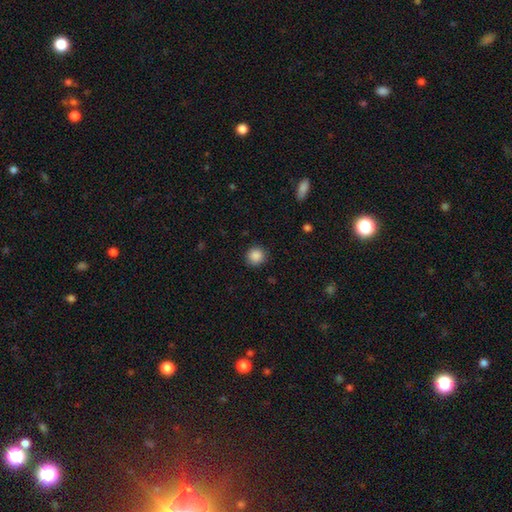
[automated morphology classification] A smooth galaxy with no disk features (88%) that is round (93%).

Vote fractions:
- Smooth or featured? smooth: 88% / star or artifact: 9% / featured or disk: 3%
- How rounded? round: 93% / in between: 6% / cigar-shaped: 1%
- Merging? none: 90% / minor disturbance: 7% / major disturbance: 2% / merger: 1%